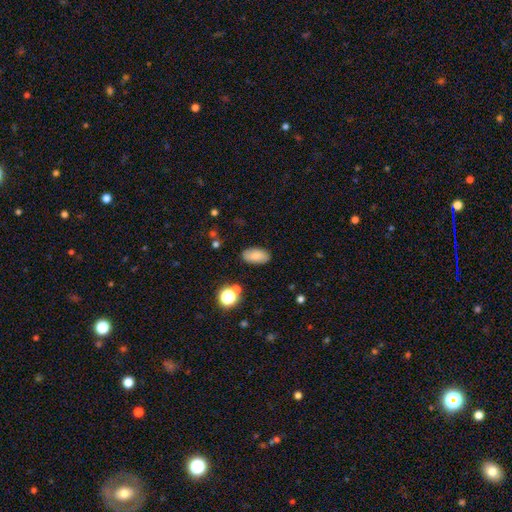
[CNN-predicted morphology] Overall: smooth (82%). How rounded: in between (93%). Merging: none (86%).